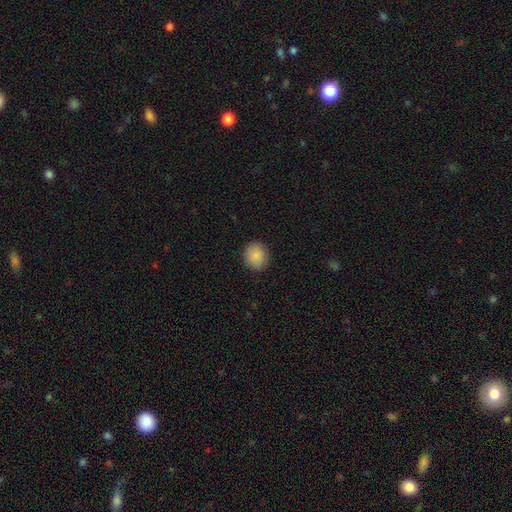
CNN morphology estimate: A smooth galaxy with no disk features (89%) that is round (78%).

Vote fractions:
- Smooth or featured? smooth: 89% / star or artifact: 8% / featured or disk: 4%
- How rounded? round: 78% / in between: 21% / cigar-shaped: 1%
- Merging? none: 89% / minor disturbance: 8% / major disturbance: 2% / merger: 1%